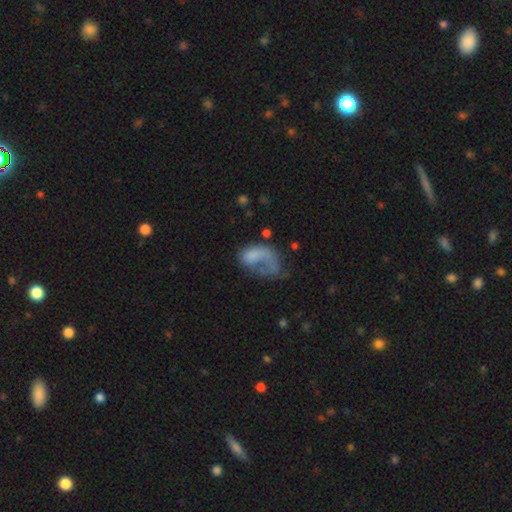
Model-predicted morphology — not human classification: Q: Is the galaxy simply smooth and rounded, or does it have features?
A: smooth — 52%.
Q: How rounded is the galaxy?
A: in between — 84%.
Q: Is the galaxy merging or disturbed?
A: major disturbance — 56%.